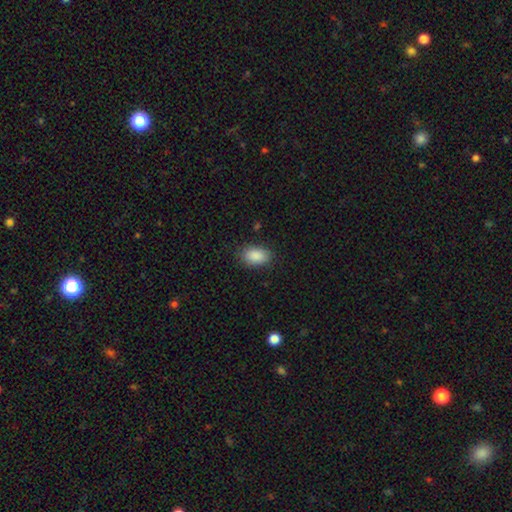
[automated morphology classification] A smooth galaxy with no disk features (89%) that is in between round and cigar-shaped (91%). Merging: none (85%).